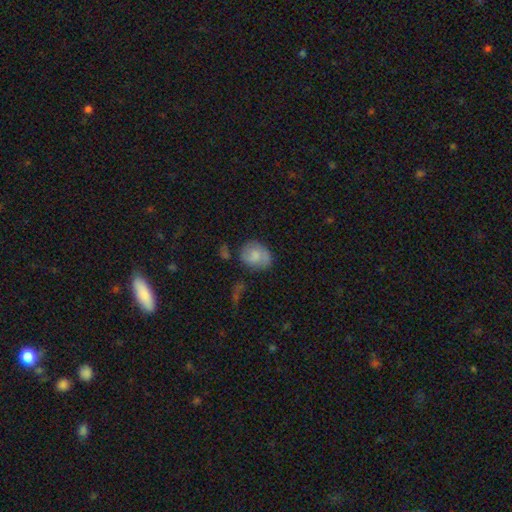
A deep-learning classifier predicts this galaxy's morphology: Smooth or featured? Predicted: smooth (p=0.64). How rounded? Predicted: round (p=0.55). Merging? Predicted: none (p=0.61).